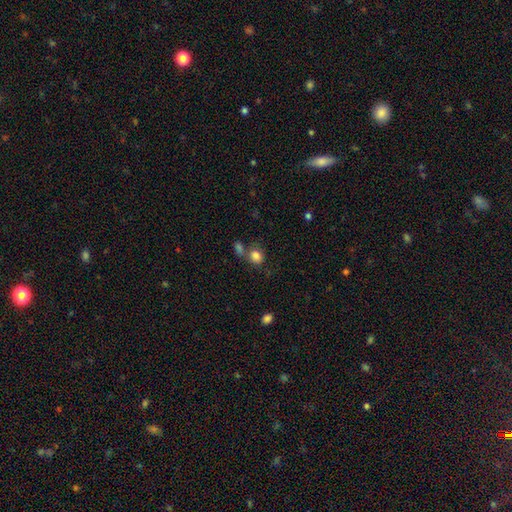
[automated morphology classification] smooth 83%, star or artifact 11%, featured or disk 7%. Down the decision tree: how rounded — round (61%); merging — none (51%).